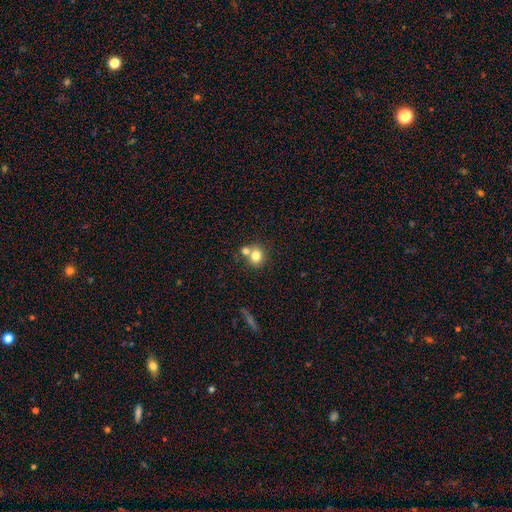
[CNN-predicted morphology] Q: Smooth or featured?
A: smooth (78%); runner-up: featured or disk (11%)
Q: How rounded?
A: round (74%); runner-up: in between (25%)
Q: Merging?
A: none (48%); runner-up: merger (40%)